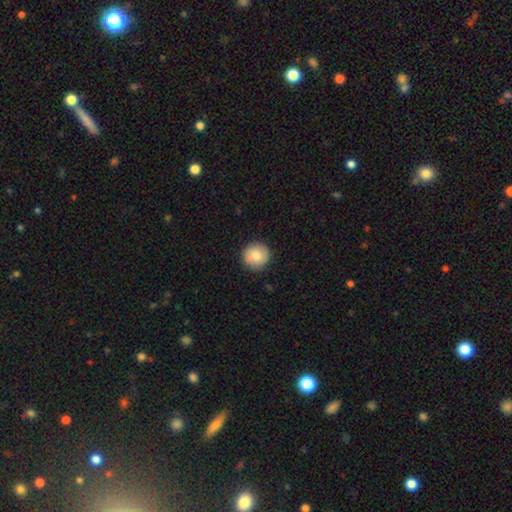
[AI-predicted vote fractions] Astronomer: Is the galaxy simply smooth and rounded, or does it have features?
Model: smooth — 84%.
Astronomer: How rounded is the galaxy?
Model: round — 95%.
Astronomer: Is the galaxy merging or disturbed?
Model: none — 89%.